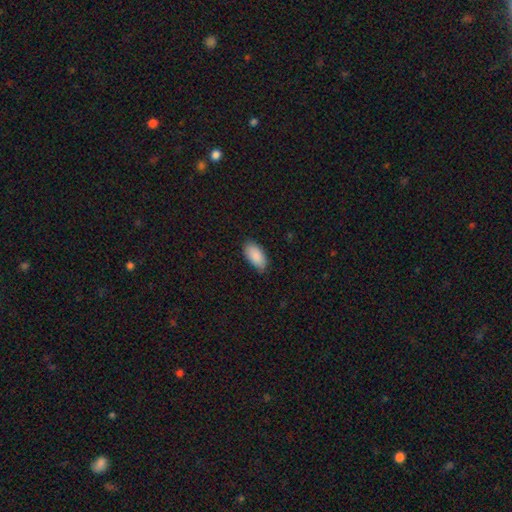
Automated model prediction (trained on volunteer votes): A smooth galaxy with no disk features (90%) that is in between round and cigar-shaped (95%).

Vote fractions:
- Smooth or featured? smooth: 90% / star or artifact: 6% / featured or disk: 4%
- How rounded? in between: 95% / cigar-shaped: 3% / round: 2%
- Merging? none: 80% / minor disturbance: 16% / major disturbance: 2% / merger: 1%